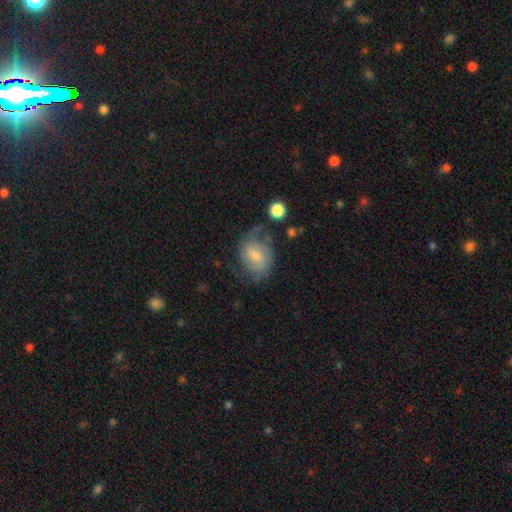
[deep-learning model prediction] Smooth or featured: featured or disk — 48% (smooth — 44%)
Merging: none — 45% (minor disturbance — 27%)